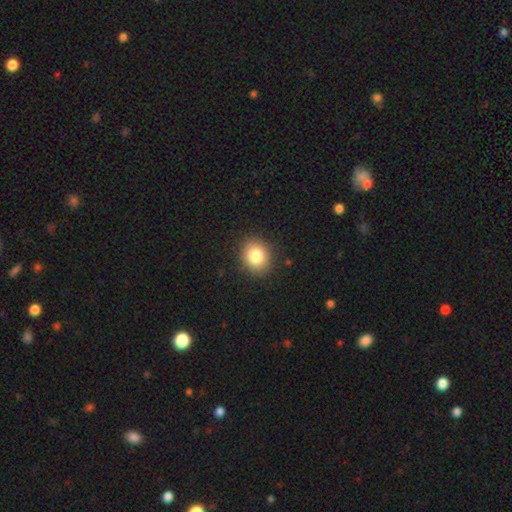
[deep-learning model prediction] A smooth galaxy with no disk features (82%) that is round (69%).

Vote fractions:
- Smooth or featured? smooth: 82% / star or artifact: 10% / featured or disk: 8%
- How rounded? round: 69% / in between: 30% / cigar-shaped: 1%
- Merging? none: 89% / minor disturbance: 7% / major disturbance: 2% / merger: 1%